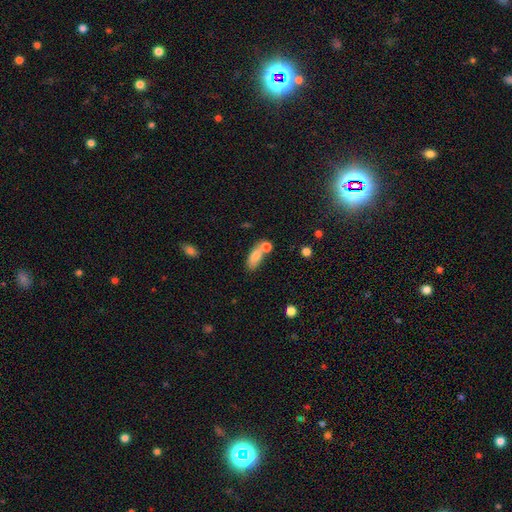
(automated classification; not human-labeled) Smooth or featured? Predicted: smooth (p=0.79). How rounded? Predicted: in between (p=0.78). Merging? Predicted: merger (p=0.42).